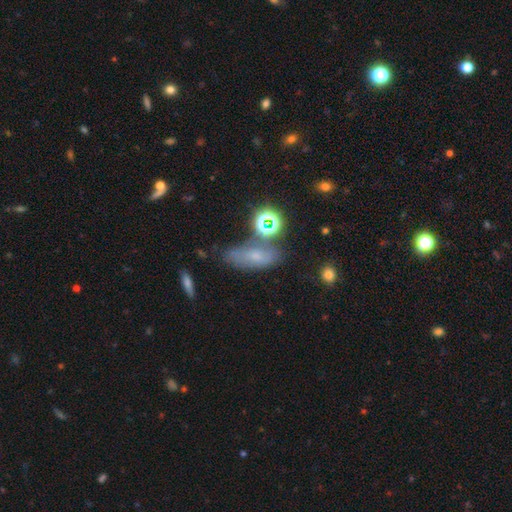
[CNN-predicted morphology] Overall: smooth (50%; star or artifact 26%). How rounded: in between (63%; cigar-shaped 25%). Merging: none (56%; minor disturbance 23%).